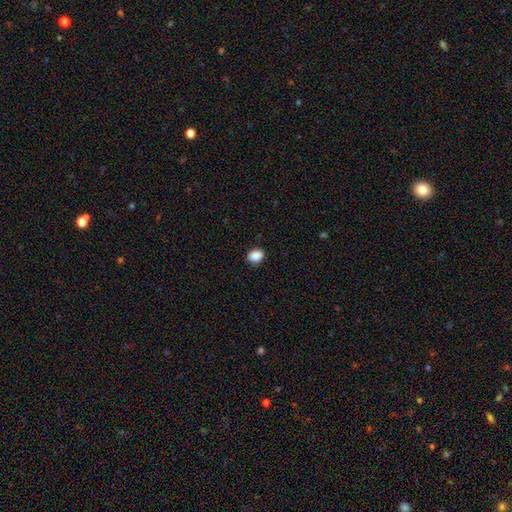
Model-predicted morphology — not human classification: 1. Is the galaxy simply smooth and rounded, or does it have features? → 89% smooth, 9% star or artifact, 2% featured or disk.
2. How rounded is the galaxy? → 62% in between, 37% round, 1% cigar-shaped.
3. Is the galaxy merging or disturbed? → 88% none, 9% minor disturbance, 2% major disturbance, 1% merger.